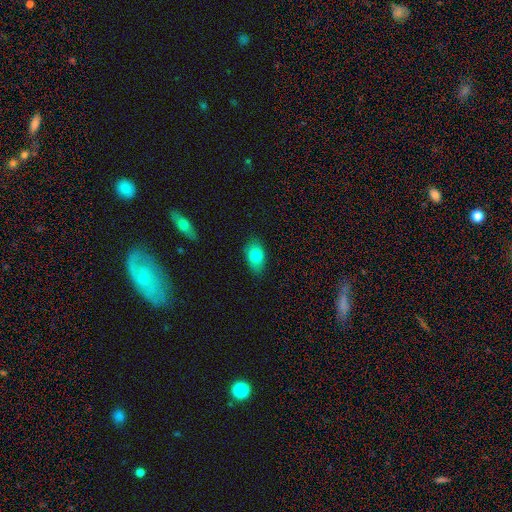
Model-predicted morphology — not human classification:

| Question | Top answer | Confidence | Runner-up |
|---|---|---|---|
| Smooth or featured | smooth | 81% | featured or disk (11%) |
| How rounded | in between | 88% | round (10%) |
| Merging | none | 83% | minor disturbance (13%) |